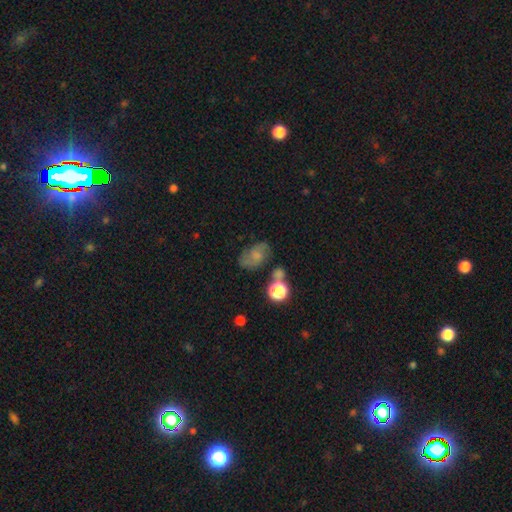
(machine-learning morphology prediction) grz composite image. It shows a featured or disk galaxy (49%). Merging: none (62%).